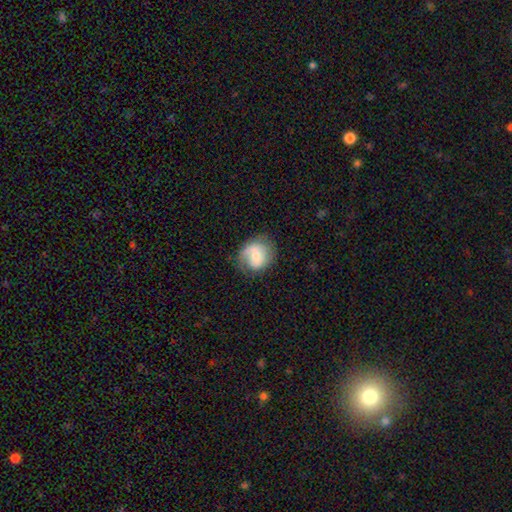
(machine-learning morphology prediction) Smooth or featured? Predicted: smooth (p=0.49). Merging? Predicted: none (p=0.66).